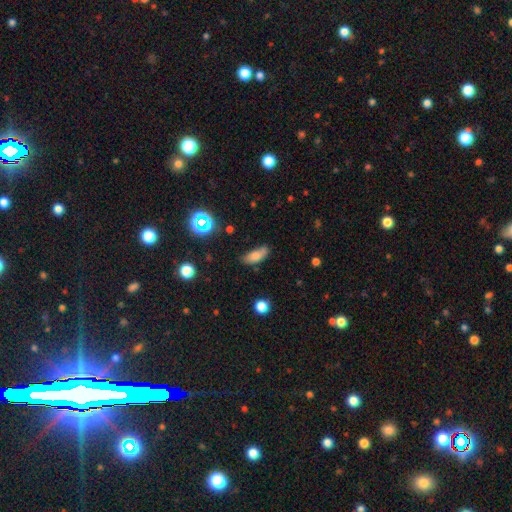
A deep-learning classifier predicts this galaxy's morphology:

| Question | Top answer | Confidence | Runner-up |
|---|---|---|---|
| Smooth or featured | smooth | 77% | star or artifact (12%) |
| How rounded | in between | 78% | cigar-shaped (18%) |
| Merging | none | 59% | minor disturbance (30%) |